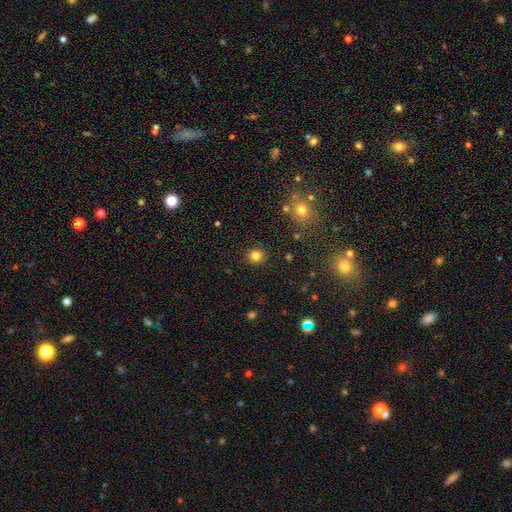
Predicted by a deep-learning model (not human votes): This is clearly a smooth galaxy (82%). How rounded: clearly round (88%). Merging: clearly none (90%).